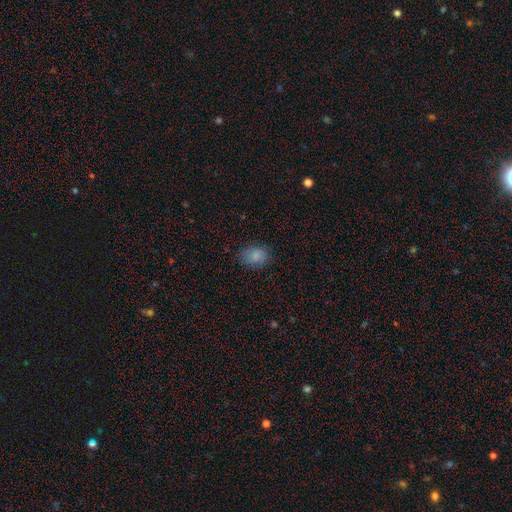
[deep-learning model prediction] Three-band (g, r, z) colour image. It shows a smooth galaxy with no disk features (85%) that is in between round and cigar-shaped (62%). Merging: none (79%).